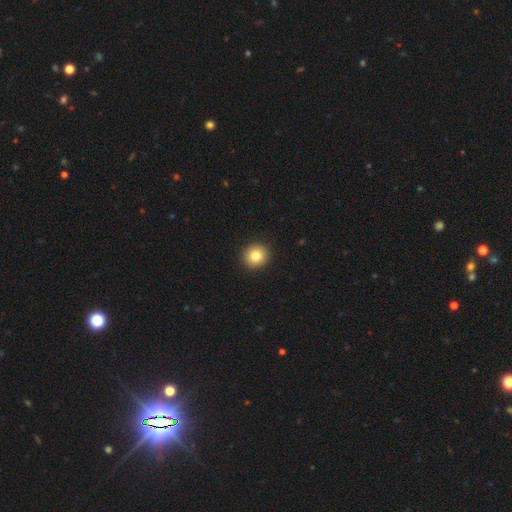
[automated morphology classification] Smooth or featured? Predicted: smooth (p=0.83). How rounded? Predicted: round (p=0.91). Merging? Predicted: none (p=0.93).